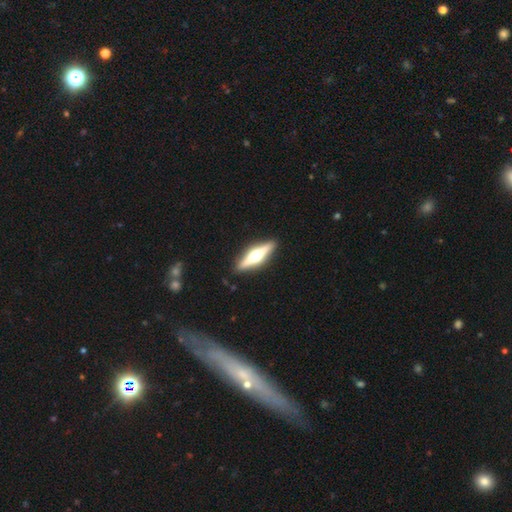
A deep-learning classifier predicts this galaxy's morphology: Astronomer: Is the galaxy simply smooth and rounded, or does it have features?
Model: featured or disk — 73%.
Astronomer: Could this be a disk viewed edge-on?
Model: yes — 97%.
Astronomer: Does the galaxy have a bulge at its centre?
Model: rounded — 96%.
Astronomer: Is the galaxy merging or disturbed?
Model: none — 91%.